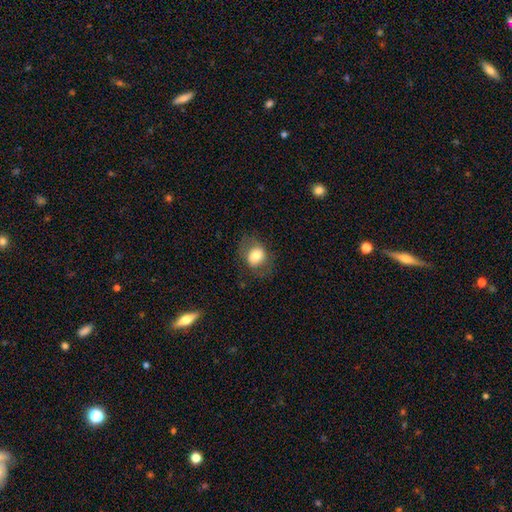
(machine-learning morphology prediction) A smooth galaxy with no disk features (70%) that is in between round and cigar-shaped (55%). Merging: none (73%).